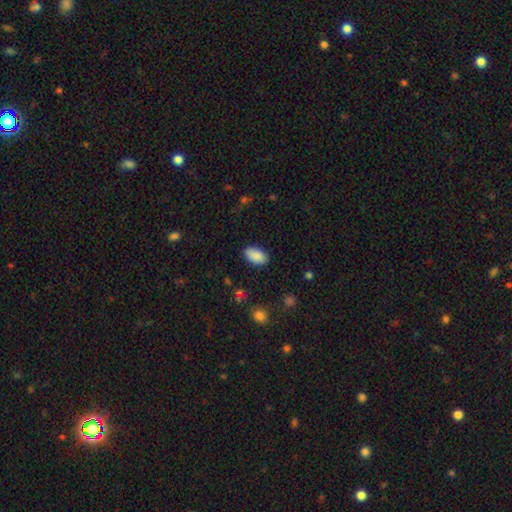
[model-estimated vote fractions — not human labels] smooth_or_featured: smooth (p=0.89) [alt: star or artifact p=0.07]
how_rounded: in between (p=0.94) [alt: round p=0.05]
merging: none (p=0.85) [alt: minor disturbance p=0.11]